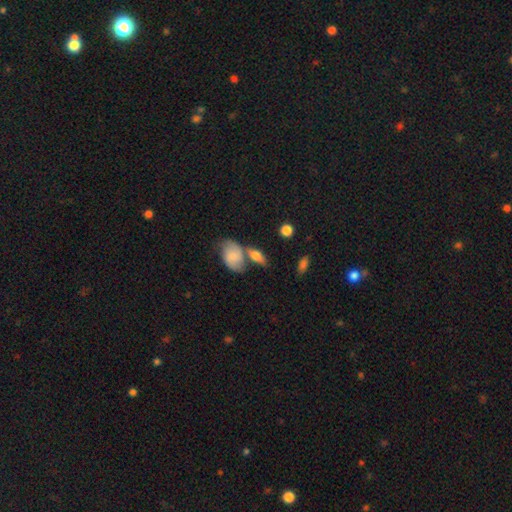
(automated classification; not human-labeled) The model was most divided on "merging": none: 47%, merger: 33%, minor disturbance: 14%, major disturbance: 6%. More confident: how rounded — in between (74%); smooth or featured — smooth (63%).